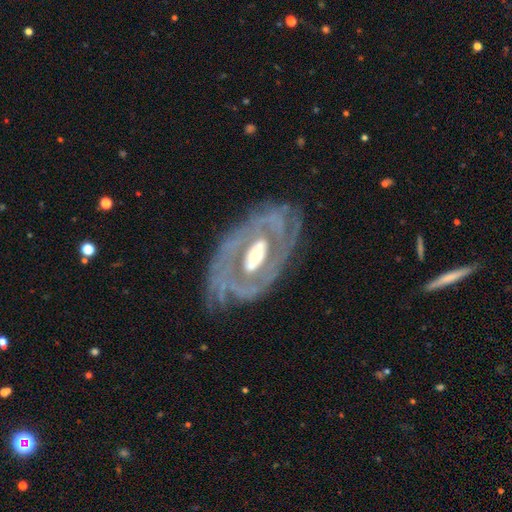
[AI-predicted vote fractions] smooth_or_featured: featured or disk (p=0.84) [alt: smooth p=0.11]
disk_edge_on: no (p=0.93) [alt: yes p=0.07]
bar: no (p=0.55) [alt: weak p=0.25]
has_spiral_arms: yes (p=0.72) [alt: no p=0.28]
spiral_winding: tight (p=0.62) [alt: medium p=0.26]
spiral_arm_count: can't tell (p=0.40) [alt: 2 p=0.29]
bulge_size: moderate (p=0.56) [alt: small p=0.26]
merging: none (p=0.63) [alt: minor disturbance p=0.19]